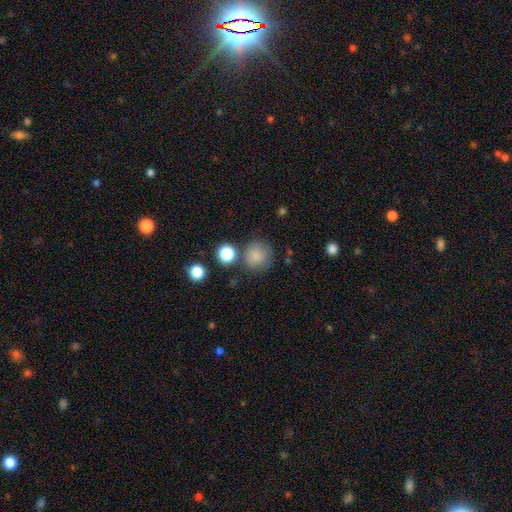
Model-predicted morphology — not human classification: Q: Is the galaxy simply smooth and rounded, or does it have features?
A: smooth — 82%.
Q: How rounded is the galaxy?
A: round — 91%.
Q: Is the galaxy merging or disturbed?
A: none — 73%.